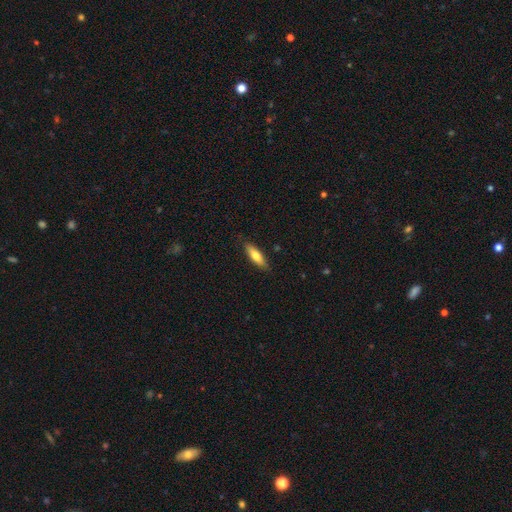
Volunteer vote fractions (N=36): This is clearly a smooth galaxy (81%). How rounded: likely cigar-shaped (62%). Merging: clearly none (83%).